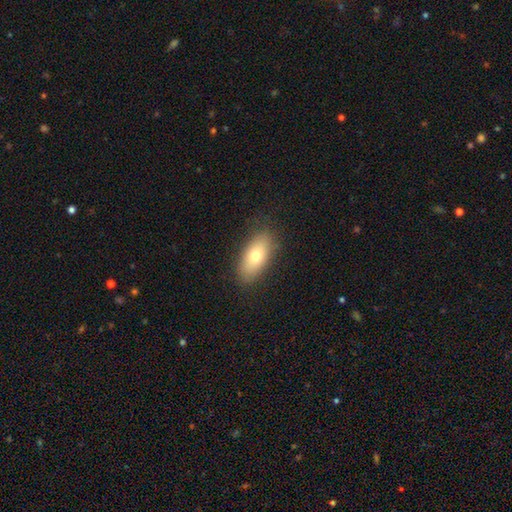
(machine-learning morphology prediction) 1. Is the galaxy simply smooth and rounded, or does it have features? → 73% smooth, 20% featured or disk, 7% star or artifact.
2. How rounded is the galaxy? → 86% in between, 10% cigar-shaped, 4% round.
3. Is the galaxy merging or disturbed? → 85% none, 11% minor disturbance, 3% major disturbance, 1% merger.